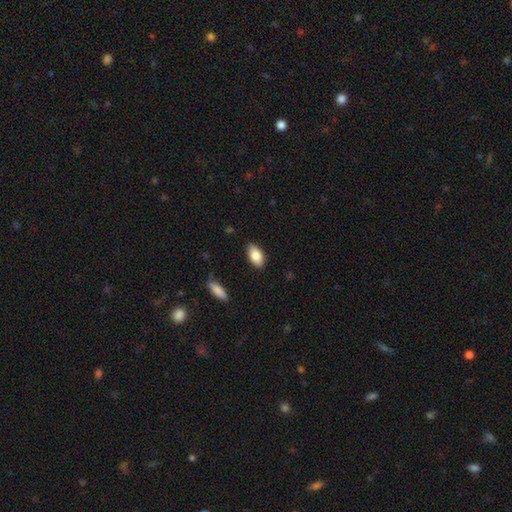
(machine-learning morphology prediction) Overall: smooth (82%). How rounded: in between (92%). Merging: none (86%).